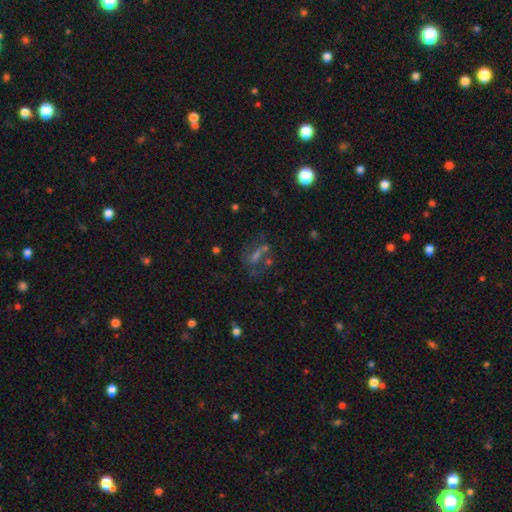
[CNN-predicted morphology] smooth_or_featured: featured or disk (p=0.37) [alt: star or artifact p=0.32]
merging: none (p=0.49) [alt: major disturbance p=0.22]